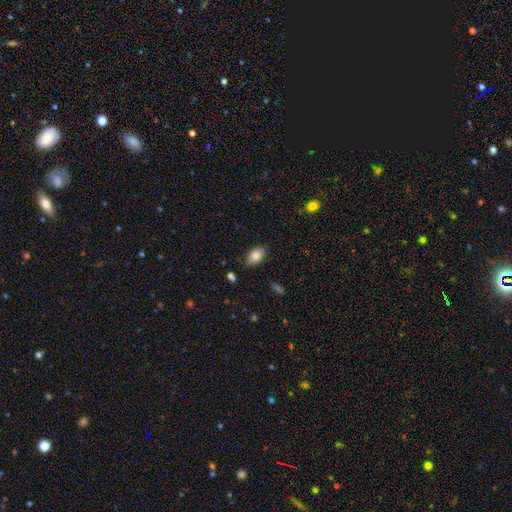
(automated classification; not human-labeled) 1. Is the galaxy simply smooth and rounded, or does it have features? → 82% smooth, 10% featured or disk, 8% star or artifact.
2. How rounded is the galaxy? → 90% in between, 8% round, 2% cigar-shaped.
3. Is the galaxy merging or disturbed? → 82% none, 14% minor disturbance, 3% major disturbance, 2% merger.